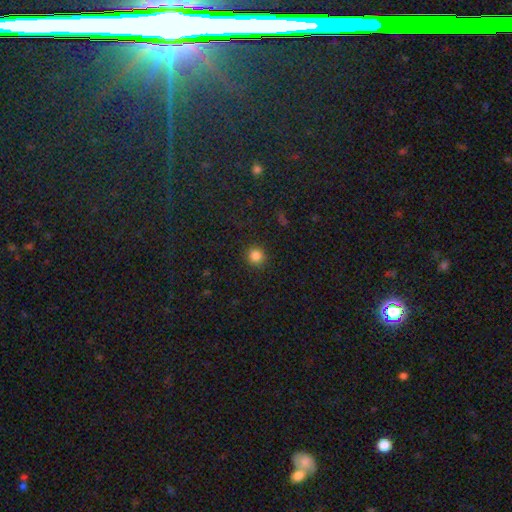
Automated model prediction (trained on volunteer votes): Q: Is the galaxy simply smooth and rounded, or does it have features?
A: smooth — 84%.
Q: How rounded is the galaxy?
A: round — 94%.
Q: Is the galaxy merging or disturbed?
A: none — 91%.